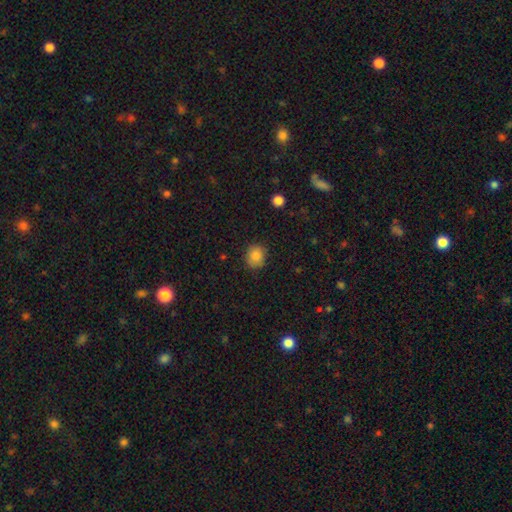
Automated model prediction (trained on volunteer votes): The model was most divided on "how rounded": round: 73%, in between: 26%, cigar-shaped: 1%. More confident: merging — none (86%); smooth or featured — smooth (84%).